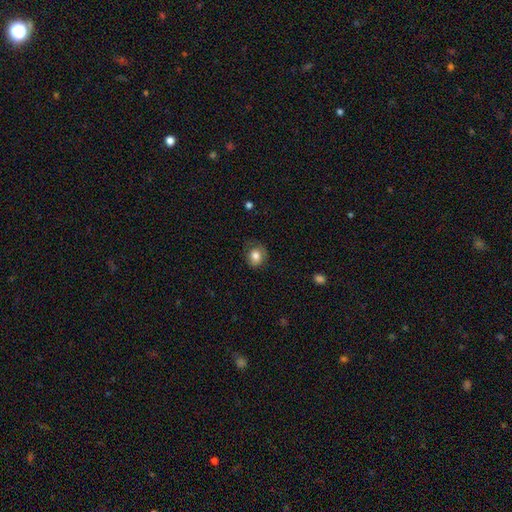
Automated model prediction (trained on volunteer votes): Smooth or featured? smooth (78%)
How rounded? round (73%)
Merging? none (72%)